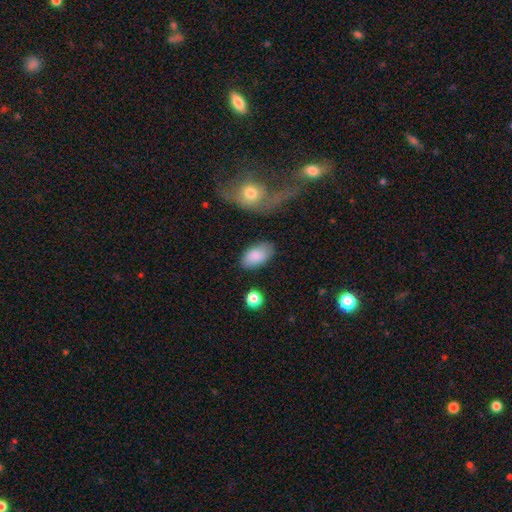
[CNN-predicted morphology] type=smooth (86%); roundness=in between (94%); merging=none (77%).